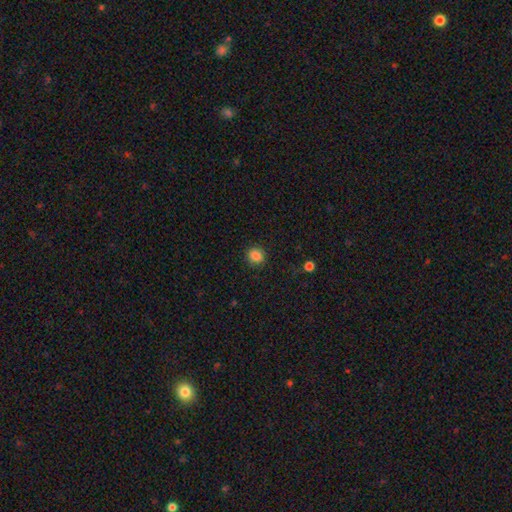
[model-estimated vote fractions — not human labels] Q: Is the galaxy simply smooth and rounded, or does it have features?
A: smooth — 85%.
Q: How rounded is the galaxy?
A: round — 81%.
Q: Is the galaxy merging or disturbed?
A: none — 89%.